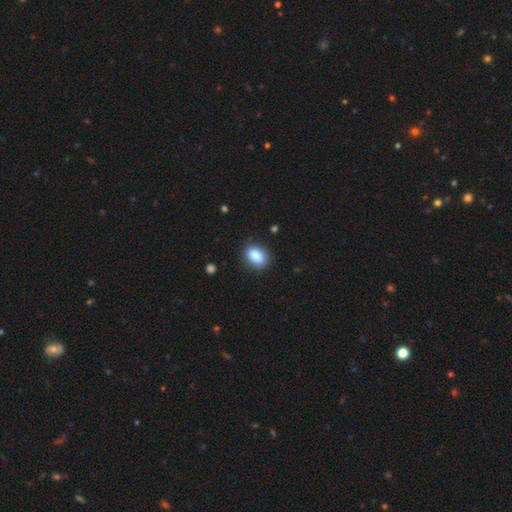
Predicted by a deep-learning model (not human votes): A smooth galaxy with no disk features (86%) that is in between round and cigar-shaped (82%). Merging: none (84%).